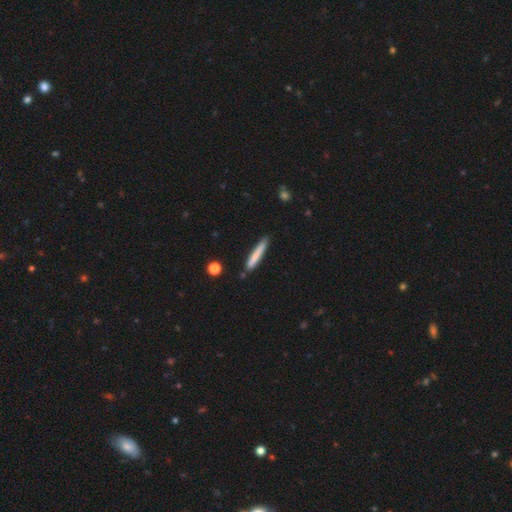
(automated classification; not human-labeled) smooth-or-featured: smooth: 76% | featured or disk: 18% | star or artifact: 6%
  how-rounded: cigar-shaped: 94% | in between: 4% | round: 1%
  merging: none: 81% | minor disturbance: 13% | merger: 3% | major disturbance: 2%